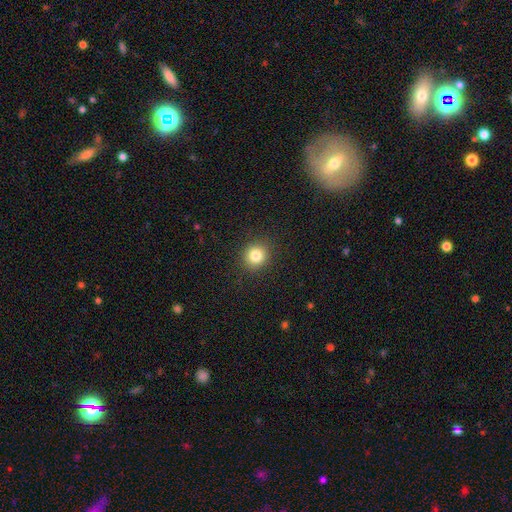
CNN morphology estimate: This appears to be a smooth galaxy with no disk features (83%) that is round (90%). Merging: none (91%).